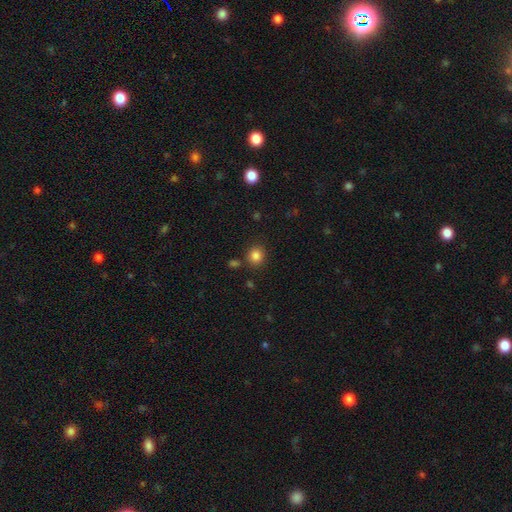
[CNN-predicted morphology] Smooth or featured? Predicted: smooth (p=0.85). How rounded? Predicted: round (p=0.84). Merging? Predicted: none (p=0.84).